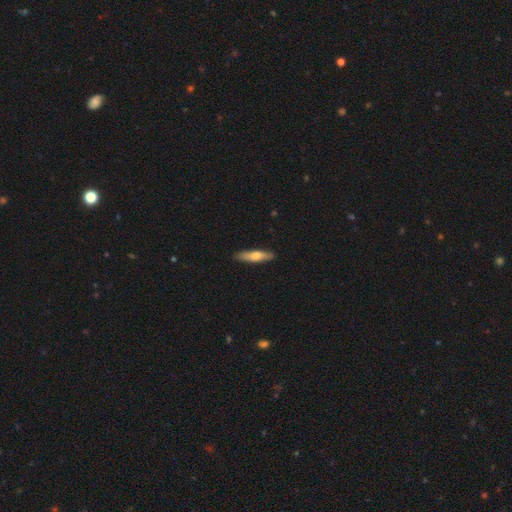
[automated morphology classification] Q: Smooth or featured?
A: smooth (64%); runner-up: featured or disk (31%)
Q: How rounded?
A: cigar-shaped (75%); runner-up: in between (23%)
Q: Merging?
A: none (89%); runner-up: minor disturbance (9%)